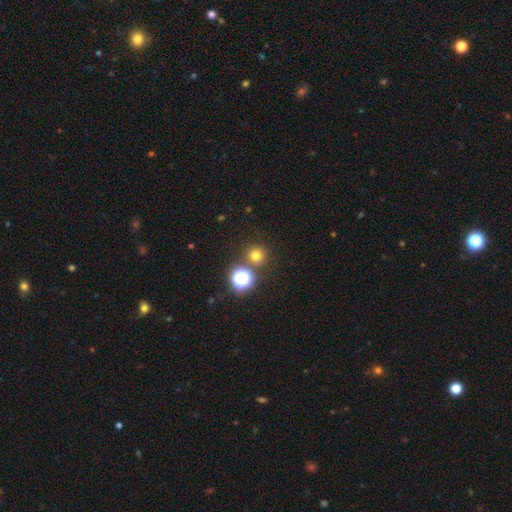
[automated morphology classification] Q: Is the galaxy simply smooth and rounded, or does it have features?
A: smooth — 70%.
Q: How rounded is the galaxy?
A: round — 93%.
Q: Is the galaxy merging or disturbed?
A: none — 81%.